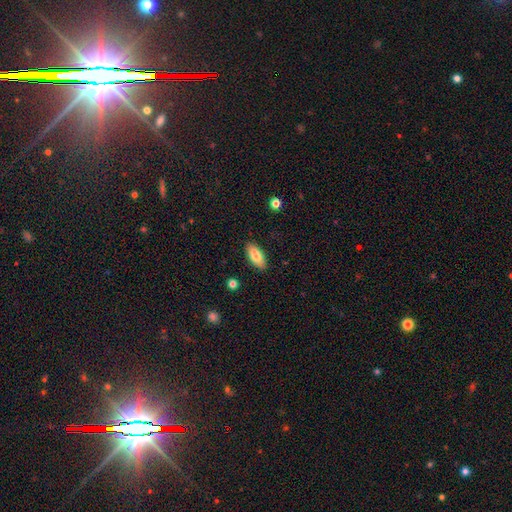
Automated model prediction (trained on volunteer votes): Overall: smooth (80%). How rounded: in between (83%). Merging: none (88%).